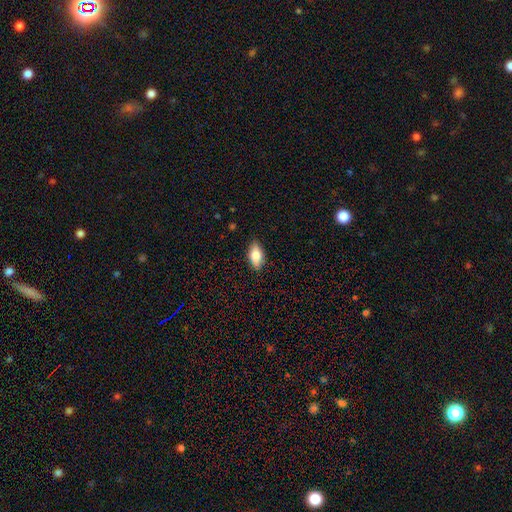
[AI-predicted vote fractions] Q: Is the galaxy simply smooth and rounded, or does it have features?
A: smooth — 80%.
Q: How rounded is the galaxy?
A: in between — 89%.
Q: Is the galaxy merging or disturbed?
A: none — 84%.